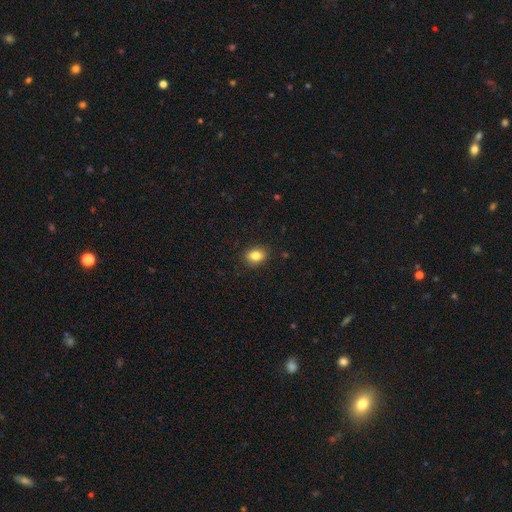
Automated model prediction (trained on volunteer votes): Smooth or featured: smooth — 83% (star or artifact — 10%)
How rounded: in between — 67% (round — 32%)
Merging: none — 88% (minor disturbance — 9%)